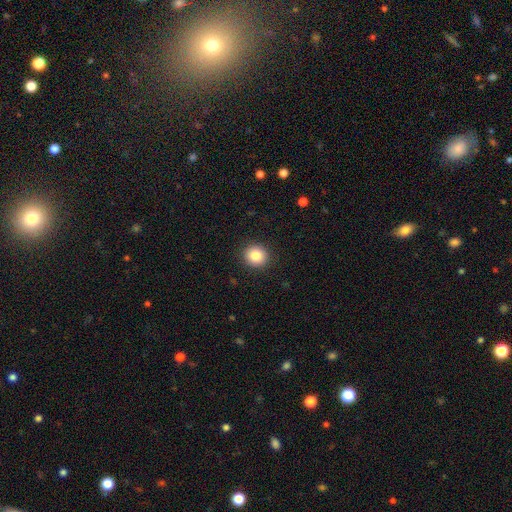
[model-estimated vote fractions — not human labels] smooth-or-featured: smooth: 85% | star or artifact: 9% | featured or disk: 6%
  how-rounded: round: 87% | in between: 12% | cigar-shaped: 1%
  merging: none: 92% | minor disturbance: 6% | major disturbance: 2% | merger: 1%